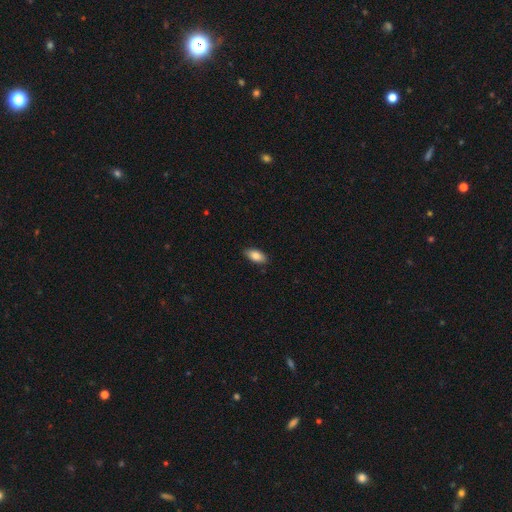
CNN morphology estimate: Q: Smooth or featured?
A: smooth (83%); runner-up: featured or disk (10%)
Q: How rounded?
A: in between (91%); runner-up: cigar-shaped (6%)
Q: Merging?
A: none (88%); runner-up: minor disturbance (10%)